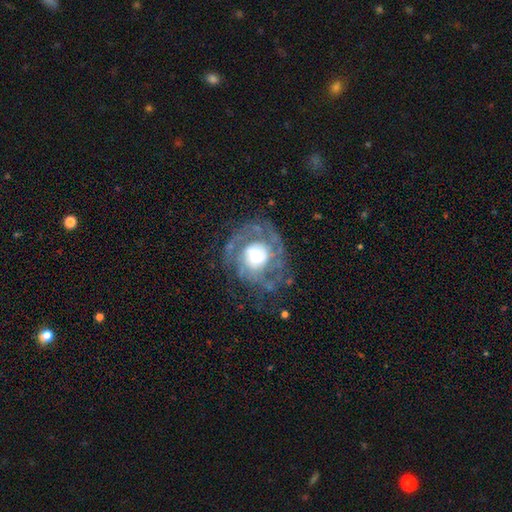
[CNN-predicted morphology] Smooth or featured? featured or disk (77%)
Edge-on disk? no (97%)
Bar? no (74%)
Spiral arms? yes (84%)
Spiral winding? tight (50%)
Spiral arm count? 2 (38%)
Bulge size? large (43%)
Merging? none (64%)